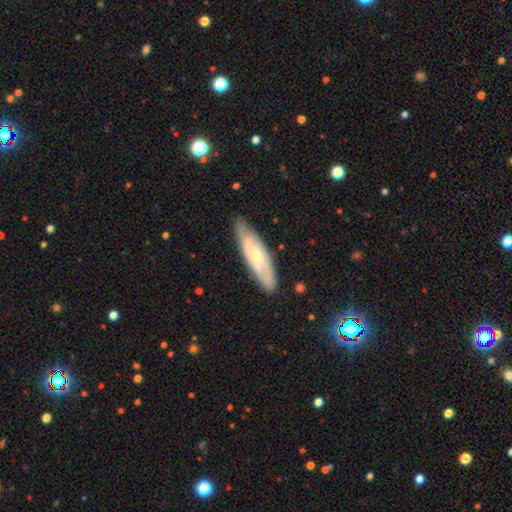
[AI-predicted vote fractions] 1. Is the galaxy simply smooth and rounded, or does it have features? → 66% featured or disk, 28% smooth, 6% star or artifact.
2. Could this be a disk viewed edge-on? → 68% no, 32% yes.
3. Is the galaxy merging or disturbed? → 82% none, 15% minor disturbance, 2% major disturbance, 1% merger.